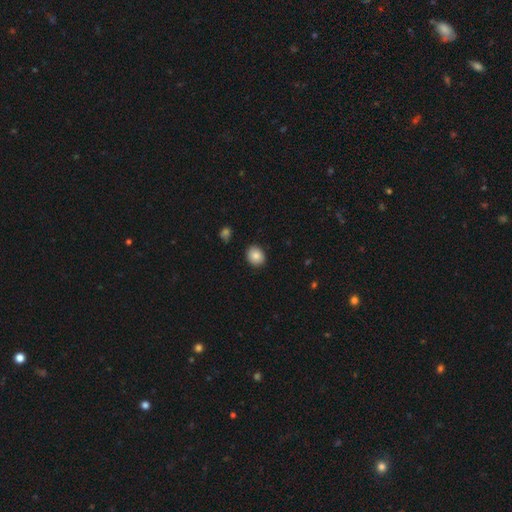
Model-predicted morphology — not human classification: Smooth or featured? smooth (86%)
How rounded? round (67%)
Merging? none (88%)